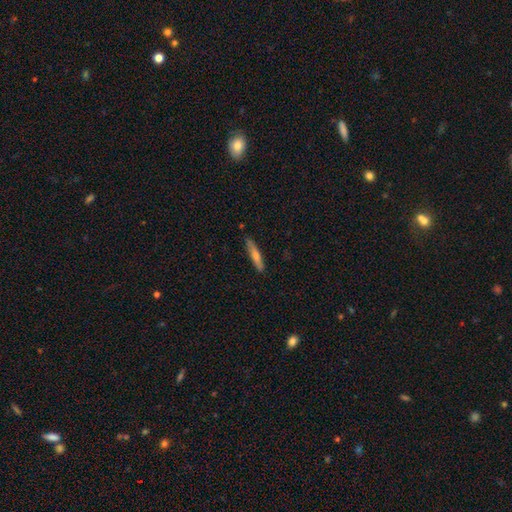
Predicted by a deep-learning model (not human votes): Q: Smooth or featured?
A: smooth (52%); runner-up: featured or disk (41%)
Q: How rounded?
A: cigar-shaped (92%); runner-up: in between (7%)
Q: Merging?
A: none (87%); runner-up: minor disturbance (10%)